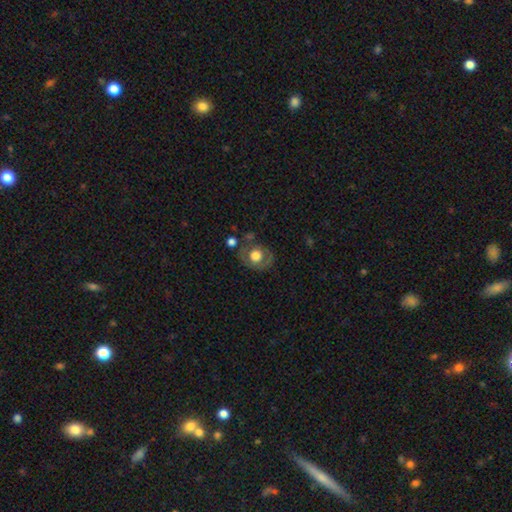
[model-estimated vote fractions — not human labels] smooth 54%, featured or disk 38%, star or artifact 8%. Down the decision tree: how rounded — round (68%); merging — none (65%).